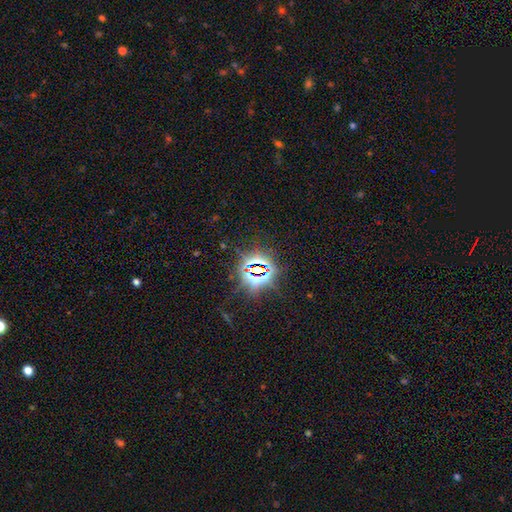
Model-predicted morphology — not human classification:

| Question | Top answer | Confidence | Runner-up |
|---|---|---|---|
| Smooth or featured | star or artifact | 83% | smooth (10%) |